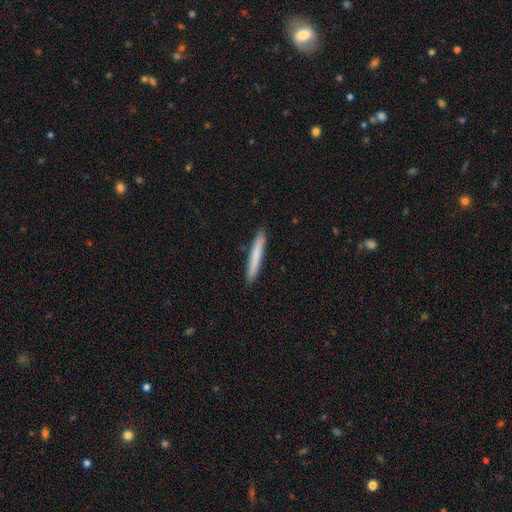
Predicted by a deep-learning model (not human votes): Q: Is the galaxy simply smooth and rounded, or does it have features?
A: smooth — 75%.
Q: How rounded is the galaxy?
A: cigar-shaped — 96%.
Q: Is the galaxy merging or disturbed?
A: none — 91%.